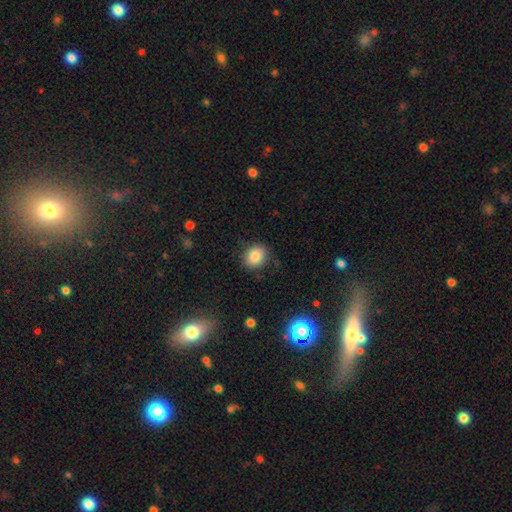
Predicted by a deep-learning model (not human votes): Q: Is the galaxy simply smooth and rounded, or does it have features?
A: smooth — 85%.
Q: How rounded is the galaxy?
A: round — 61%.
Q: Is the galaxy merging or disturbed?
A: none — 86%.